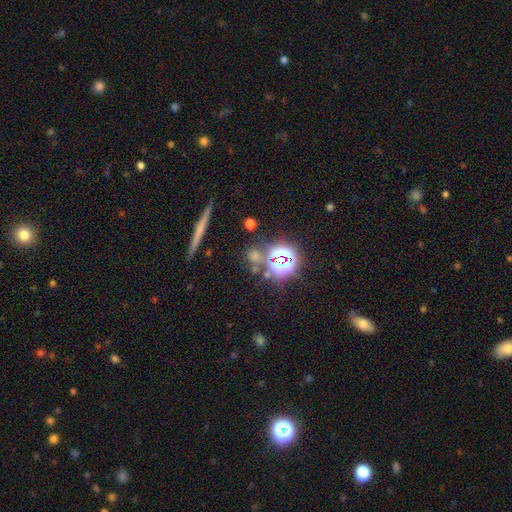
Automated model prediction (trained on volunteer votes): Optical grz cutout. It shows a star or artifact, not a galaxy (53%).